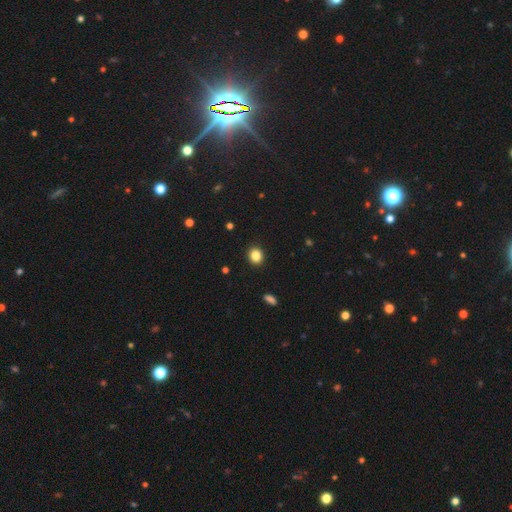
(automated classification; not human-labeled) A smooth galaxy with no disk features (86%) that is round (72%). Merging: none (91%).